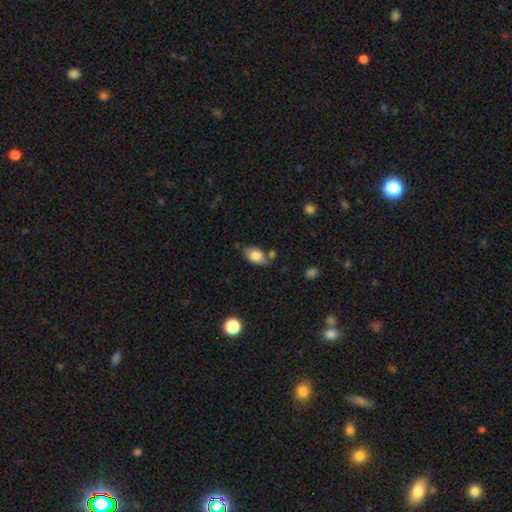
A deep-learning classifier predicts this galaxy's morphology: A smooth galaxy with no disk features (81%) that is in between round and cigar-shaped (90%). Merging: none (68%).